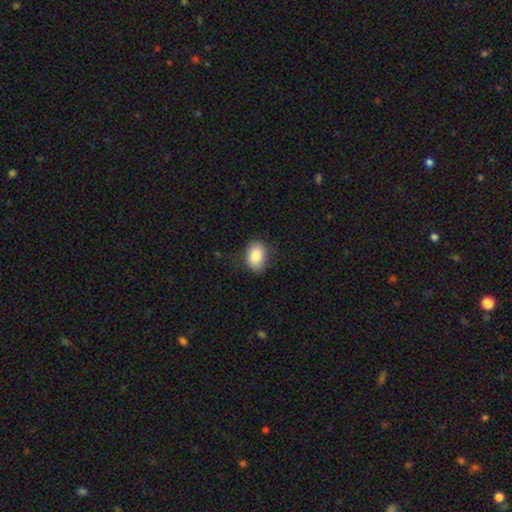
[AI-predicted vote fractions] Smooth or featured: smooth — 87% (star or artifact — 7%)
How rounded: in between — 83% (round — 16%)
Merging: none — 77% (minor disturbance — 18%)